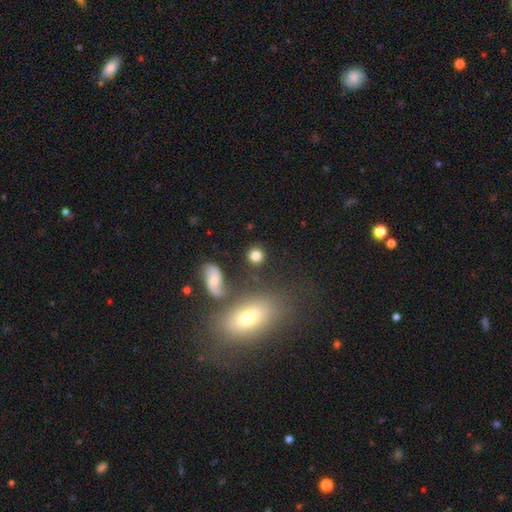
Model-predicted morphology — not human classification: The model was most divided on "merging": none: 79%, minor disturbance: 10%, merger: 7%, major disturbance: 4%. More confident: how rounded — round (86%); smooth or featured — smooth (81%).